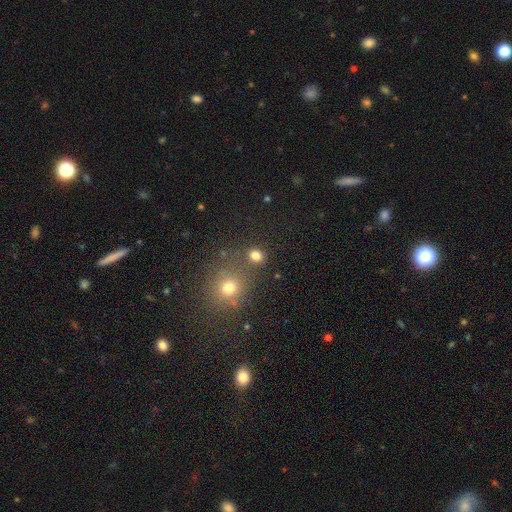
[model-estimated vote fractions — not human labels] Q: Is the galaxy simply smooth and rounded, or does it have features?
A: smooth — 78%.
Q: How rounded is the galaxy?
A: round — 74%.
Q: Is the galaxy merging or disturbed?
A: none — 77%.